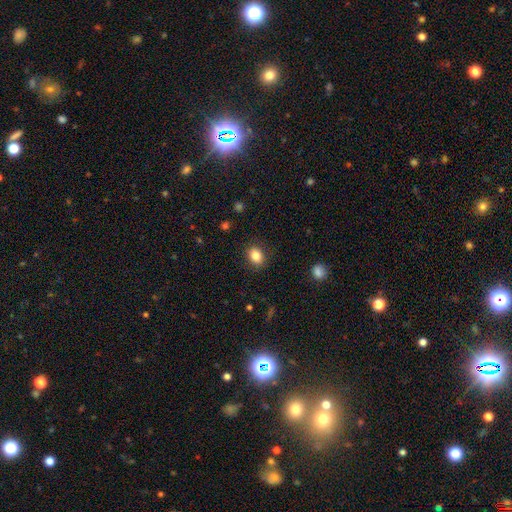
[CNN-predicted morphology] A smooth galaxy with no disk features (85%) that is in between round and cigar-shaped (58%).

Vote fractions:
- Smooth or featured? smooth: 85% / star or artifact: 9% / featured or disk: 6%
- How rounded? in between: 58% / round: 41% / cigar-shaped: 1%
- Merging? none: 87% / minor disturbance: 9% / major disturbance: 3% / merger: 1%